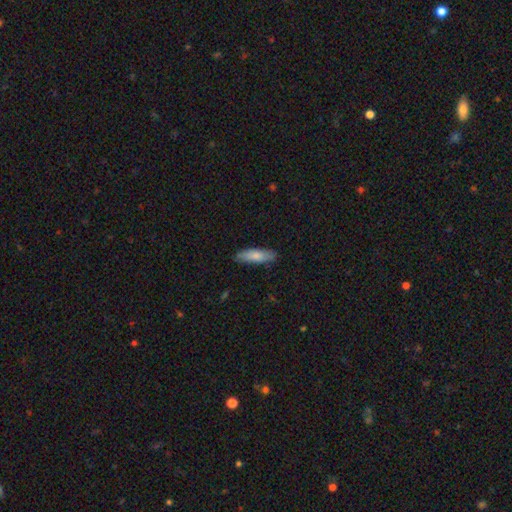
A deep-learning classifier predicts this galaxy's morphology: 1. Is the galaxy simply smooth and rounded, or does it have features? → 78% smooth, 16% featured or disk, 6% star or artifact.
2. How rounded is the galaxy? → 58% cigar-shaped, 40% in between, 2% round.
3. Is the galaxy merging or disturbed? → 86% none, 11% minor disturbance, 2% major disturbance, 1% merger.